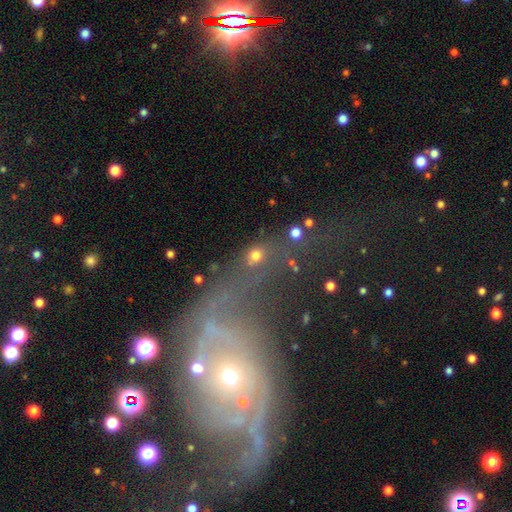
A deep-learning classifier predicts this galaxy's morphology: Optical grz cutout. It shows a smooth galaxy with no disk features (57%) that is round (60%). Merging: none (48%).